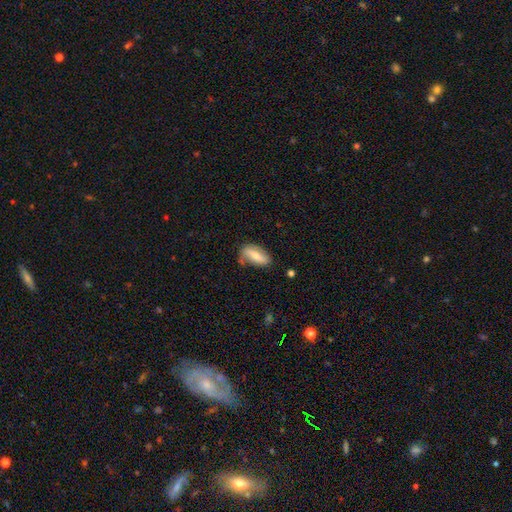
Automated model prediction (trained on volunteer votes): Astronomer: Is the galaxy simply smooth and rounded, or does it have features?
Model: smooth — 57% (runner-up: featured or disk, 36%).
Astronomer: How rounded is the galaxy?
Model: in between — 80%.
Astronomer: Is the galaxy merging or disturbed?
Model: none — 65%.